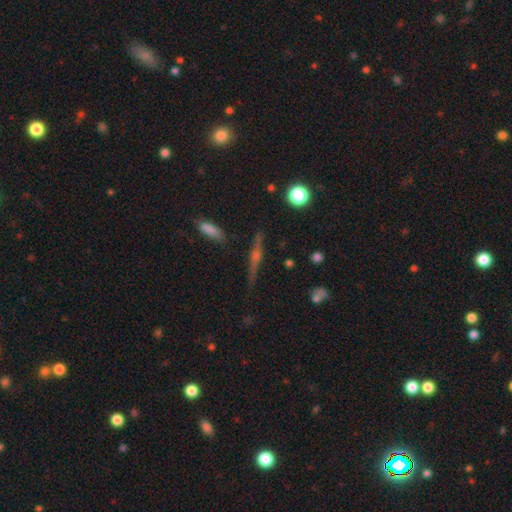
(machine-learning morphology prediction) A featured or disk galaxy (72%) viewed edge-on (96%) with a rounded central bulge (82%). Merging: none (85%).